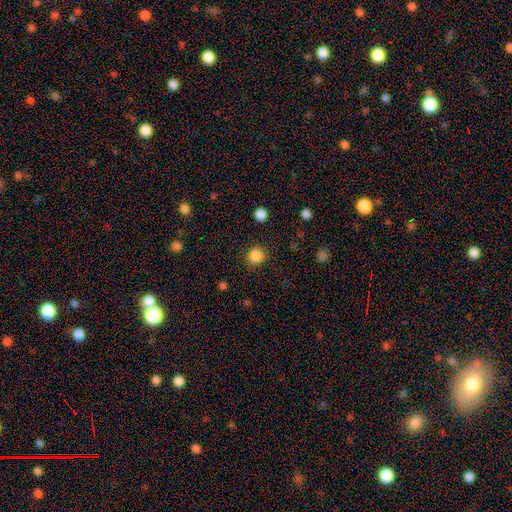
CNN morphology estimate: This appears to be a smooth galaxy with no disk features (86%) that is round (93%). Merging: none (90%).